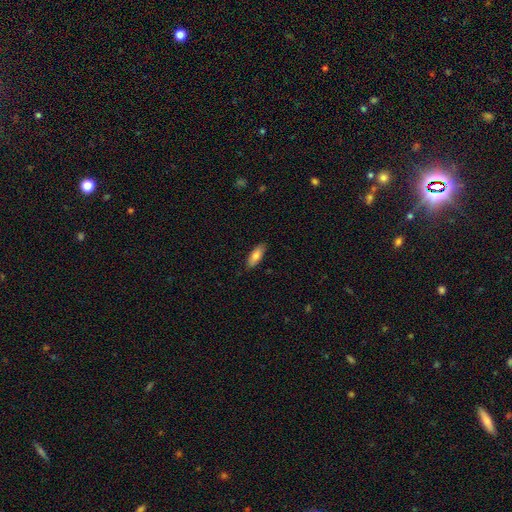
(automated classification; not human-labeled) Q: Smooth or featured?
A: smooth (80%); runner-up: featured or disk (14%)
Q: How rounded?
A: in between (69%); runner-up: cigar-shaped (29%)
Q: Merging?
A: none (86%); runner-up: minor disturbance (11%)